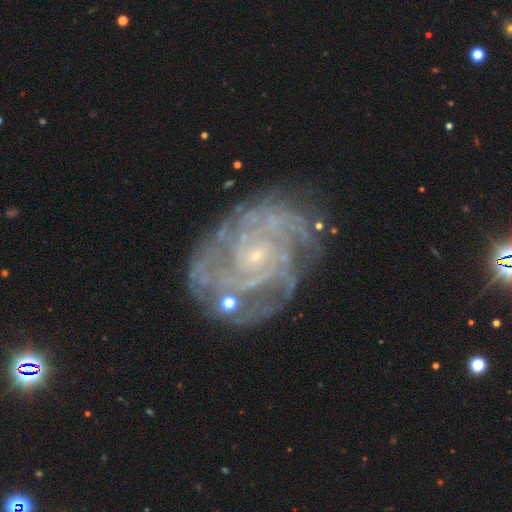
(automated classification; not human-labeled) smooth-or-featured: featured or disk: 87% | star or artifact: 7% | smooth: 6%
  disk-edge-on: no: 97% | yes: 3%
    bar: no: 67% | weak: 26% | strong: 7%
    has-spiral-arms: yes: 96% | no: 4%
      spiral-winding: tight: 70% | medium: 25% | loose: 5%
      spiral-arm-count: can't tell: 29% | 4: 20% | 3: 16% | 2: 15% | more than 4: 12% | 1: 8%
    bulge-size: small: 83% | moderate: 10% | none: 5% | large: 1% | dominant: 1%
  merging: none: 75% | minor disturbance: 15% | major disturbance: 7% | merger: 3%